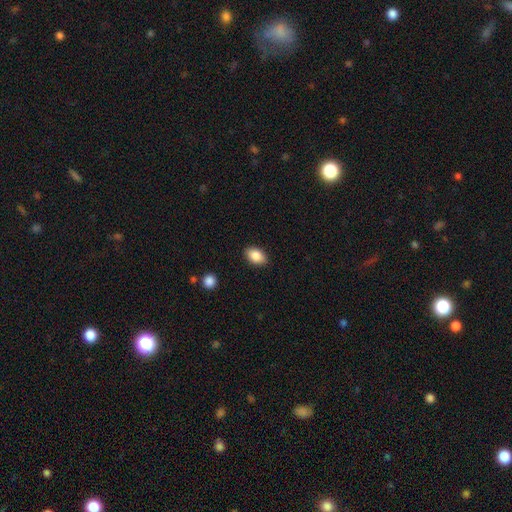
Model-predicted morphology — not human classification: smooth-or-featured: smooth: 87% | star or artifact: 8% | featured or disk: 5%
  how-rounded: in between: 87% | round: 12% | cigar-shaped: 1%
  merging: none: 88% | minor disturbance: 9% | major disturbance: 2% | merger: 1%